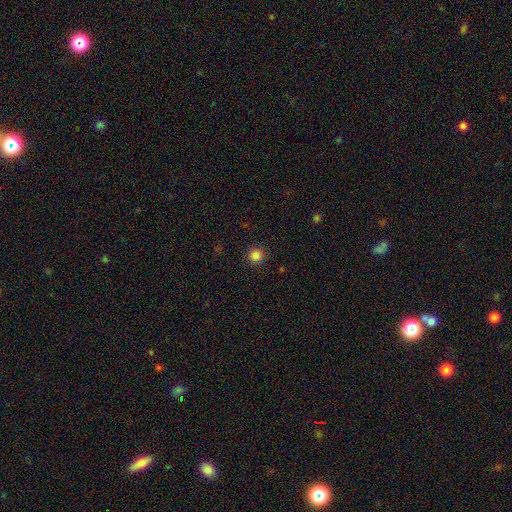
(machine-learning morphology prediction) This is clearly a smooth galaxy (83%). How rounded: clearly round (93%). Merging: clearly none (91%).